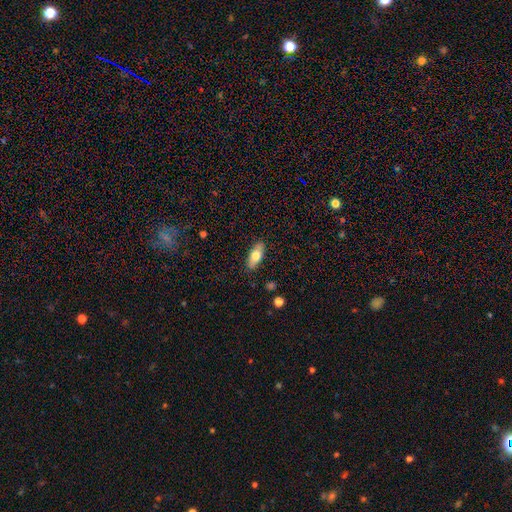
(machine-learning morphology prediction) Smooth or featured? Predicted: smooth (p=0.70). How rounded? Predicted: in between (p=0.77). Merging? Predicted: none (p=0.88).